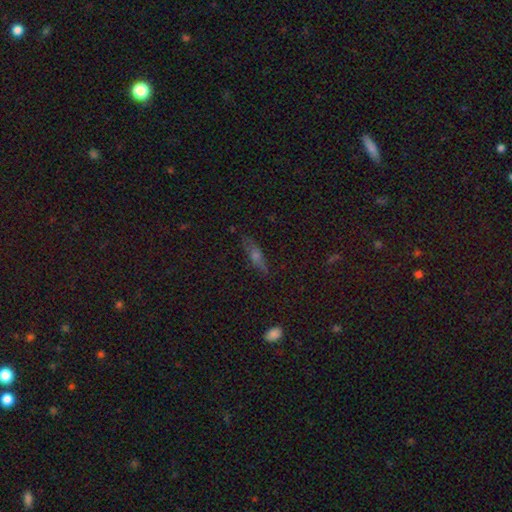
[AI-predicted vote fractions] smooth-or-featured: featured or disk: 43% | smooth: 38% | star or artifact: 19%
  merging: none: 81% | minor disturbance: 14% | major disturbance: 4% | merger: 2%